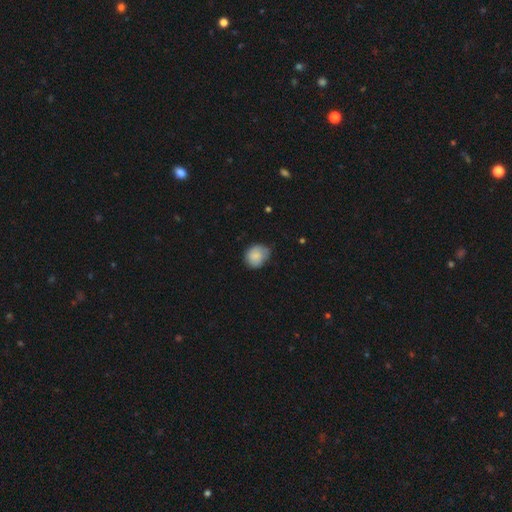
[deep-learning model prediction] The model was most divided on "merging": none: 60%, minor disturbance: 33%, major disturbance: 6%, merger: 1%. More confident: smooth or featured — smooth (80%); how rounded — round (64%).